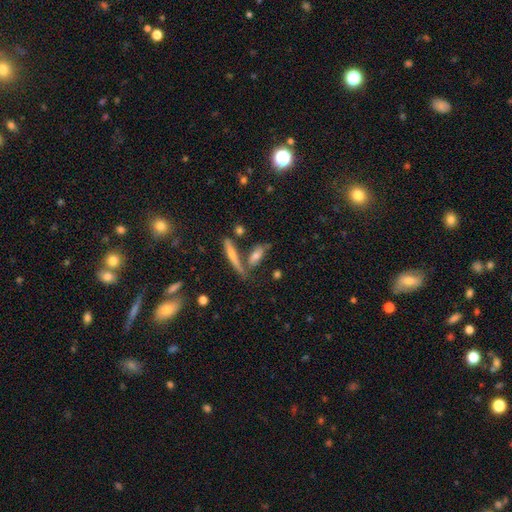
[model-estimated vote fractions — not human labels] Smooth or featured? Predicted: smooth (p=0.64). How rounded? Predicted: in between (p=0.50). Merging? Predicted: none (p=0.56).